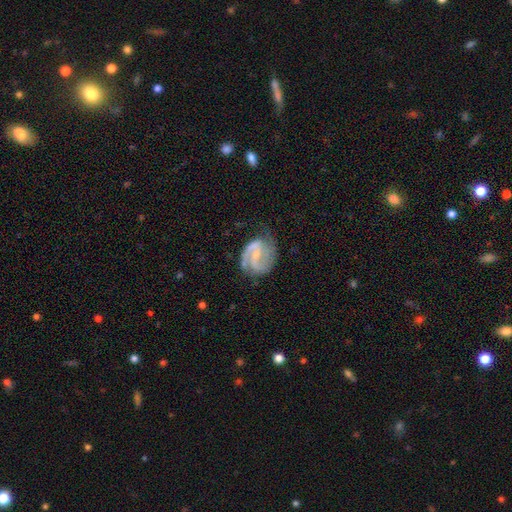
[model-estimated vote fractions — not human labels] The model was most divided on "bar": weak: 49%, no: 27%, strong: 24%. More confident: edge-on disk — no (98%); spiral arms — yes (96%); smooth or featured — featured or disk (86%); spiral arm count — 2 (80%); bulge size — small (63%); merging — none (63%); spiral winding — medium (51%).